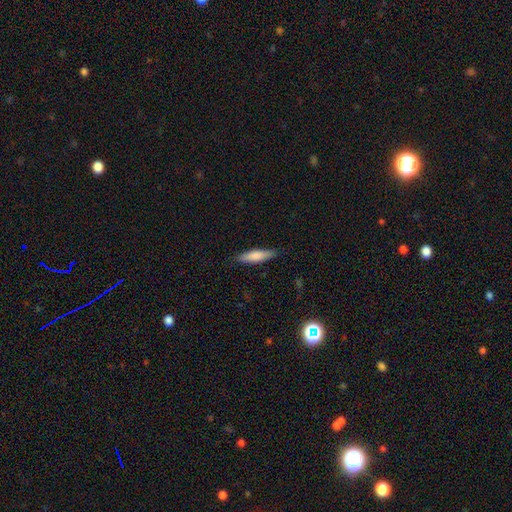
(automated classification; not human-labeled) The model was most divided on "how rounded": cigar-shaped: 72%, in between: 26%, round: 1%. More confident: merging — none (88%); smooth or featured — smooth (79%).